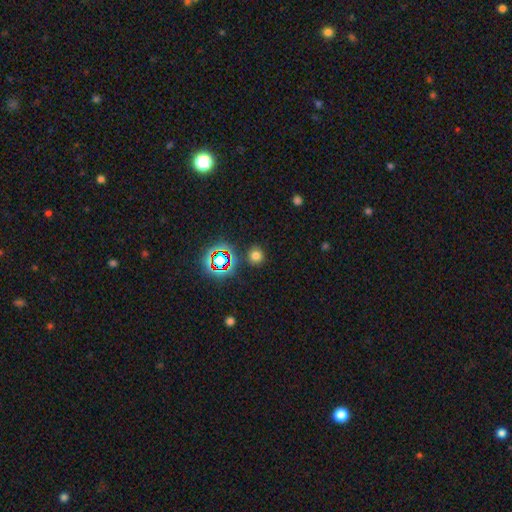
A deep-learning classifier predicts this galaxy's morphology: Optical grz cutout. It shows a smooth galaxy with no disk features (69%) that is round (89%). Merging: none (86%).